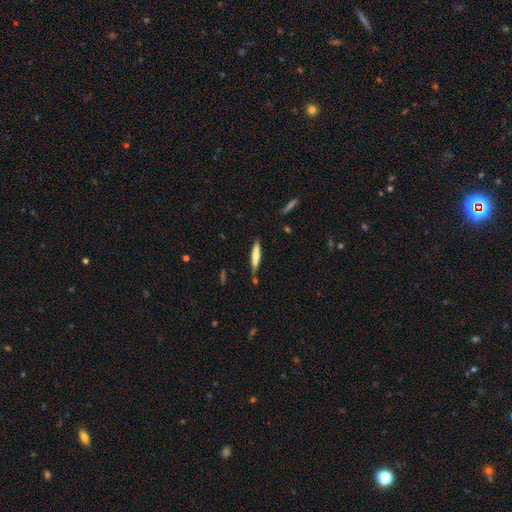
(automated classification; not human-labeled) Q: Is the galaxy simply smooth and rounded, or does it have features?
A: smooth — 66%.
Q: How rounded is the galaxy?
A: cigar-shaped — 88%.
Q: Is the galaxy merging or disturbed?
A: none — 73%.